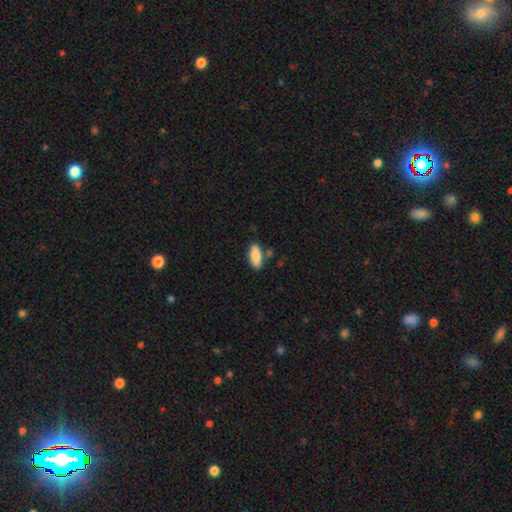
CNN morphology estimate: smooth_or_featured: smooth (p=0.85) [alt: featured or disk p=0.08]
how_rounded: in between (p=0.82) [alt: cigar-shaped p=0.16]
merging: none (p=0.80) [alt: minor disturbance p=0.12]